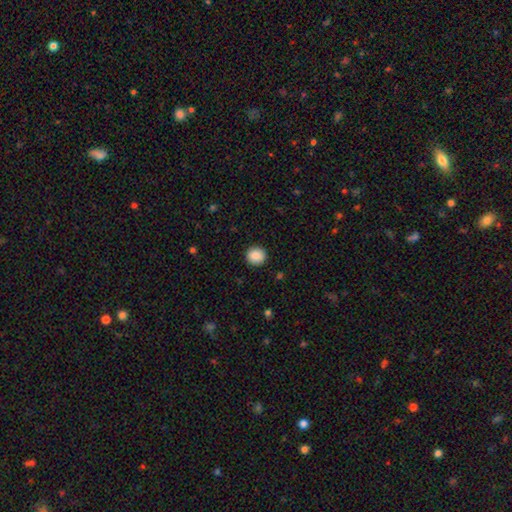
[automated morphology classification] Smooth or featured? Predicted: smooth (p=0.88). How rounded? Predicted: round (p=0.90). Merging? Predicted: none (p=0.92).